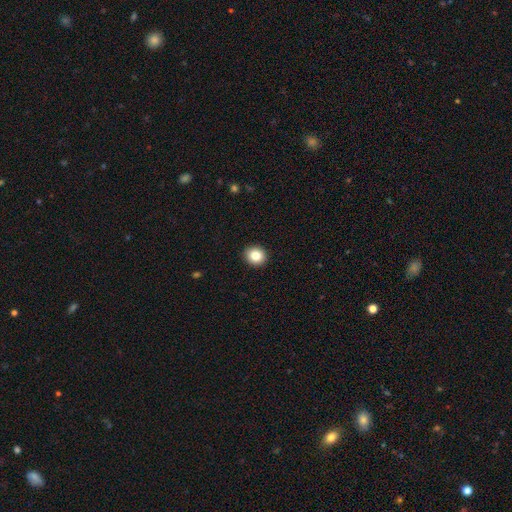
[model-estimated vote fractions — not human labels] The model was most divided on "how rounded": round: 84%, in between: 15%, cigar-shaped: 1%. More confident: merging — none (93%); smooth or featured — smooth (85%).